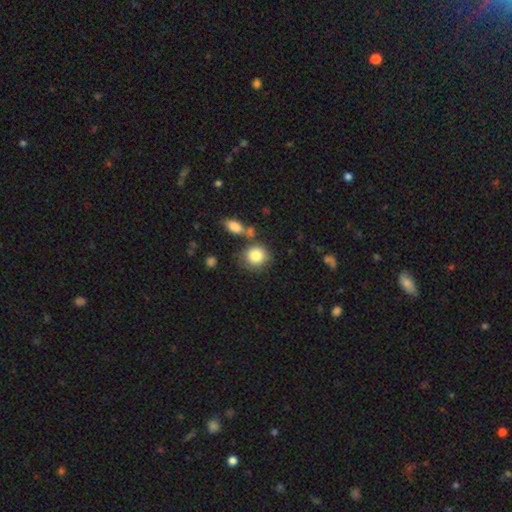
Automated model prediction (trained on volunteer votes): Smooth or featured?
  - smooth: 84% *
  - star or artifact: 8%
  - featured or disk: 8%
How rounded?
  - round: 82% *
  - in between: 17%
  - cigar-shaped: 1%
Merging?
  - none: 69% *
  - merger: 14%
  - minor disturbance: 13%
  - major disturbance: 4%